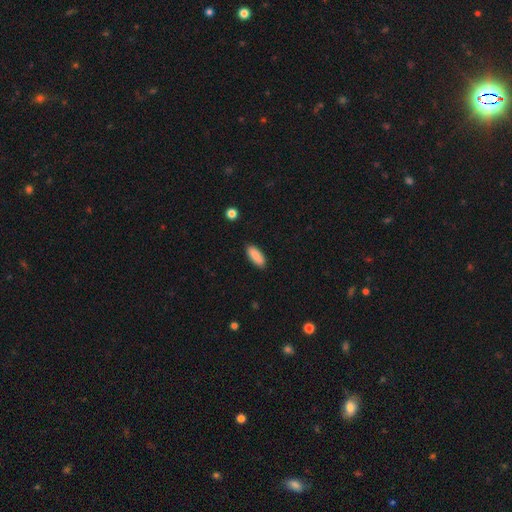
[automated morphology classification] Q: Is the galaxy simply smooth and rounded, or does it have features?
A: smooth — 88%.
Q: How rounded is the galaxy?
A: in between — 73%.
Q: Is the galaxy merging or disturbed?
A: none — 89%.